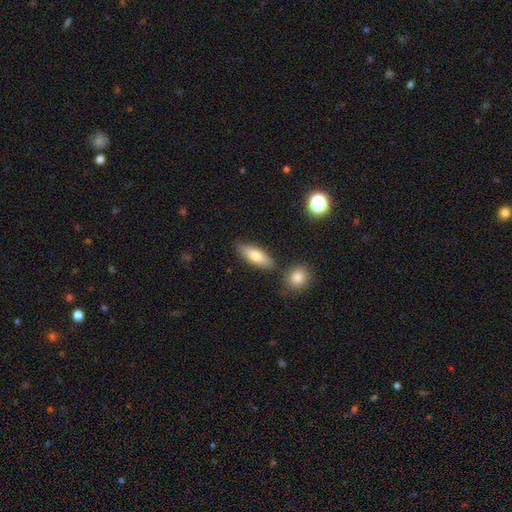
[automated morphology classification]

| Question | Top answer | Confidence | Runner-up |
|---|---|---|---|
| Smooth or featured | smooth | 74% | featured or disk (19%) |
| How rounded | in between | 70% | cigar-shaped (27%) |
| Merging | none | 80% | minor disturbance (11%) |